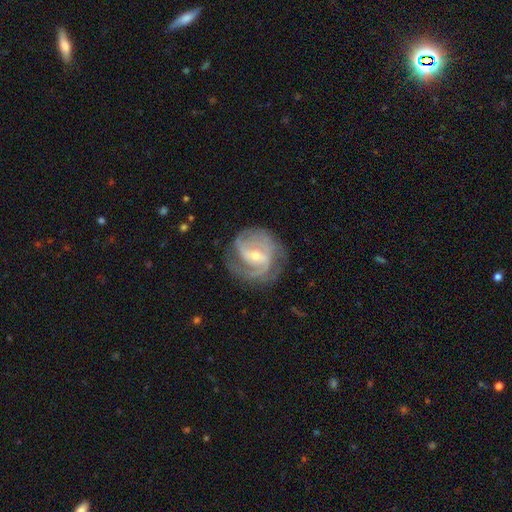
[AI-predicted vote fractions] Q: Smooth or featured?
A: featured or disk (88%); runner-up: smooth (6%)
Q: Edge-on disk?
A: no (98%); runner-up: yes (2%)
Q: Bar?
A: weak (48%); runner-up: strong (28%)
Q: Spiral arms?
A: yes (97%); runner-up: no (3%)
Q: Spiral winding?
A: medium (46%); runner-up: tight (41%)
Q: Spiral arm count?
A: 2 (46%); runner-up: 3 (25%)
Q: Bulge size?
A: small (63%); runner-up: moderate (34%)
Q: Merging?
A: none (71%); runner-up: minor disturbance (18%)